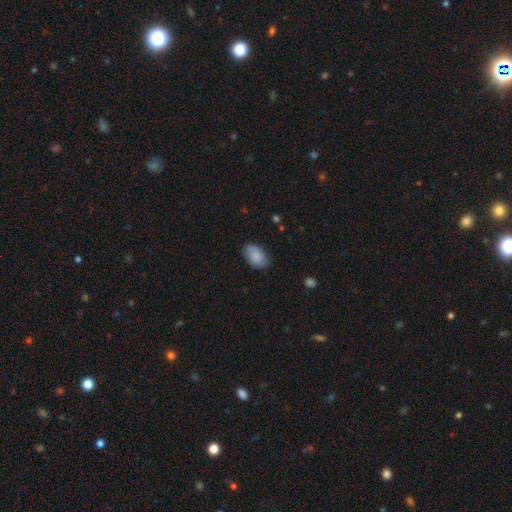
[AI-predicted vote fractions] A smooth galaxy with no disk features (86%) that is in between round and cigar-shaped (92%).

Vote fractions:
- Smooth or featured? smooth: 86% / featured or disk: 8% / star or artifact: 6%
- How rounded? in between: 92% / round: 7% / cigar-shaped: 1%
- Merging? none: 79% / minor disturbance: 17% / major disturbance: 3% / merger: 1%